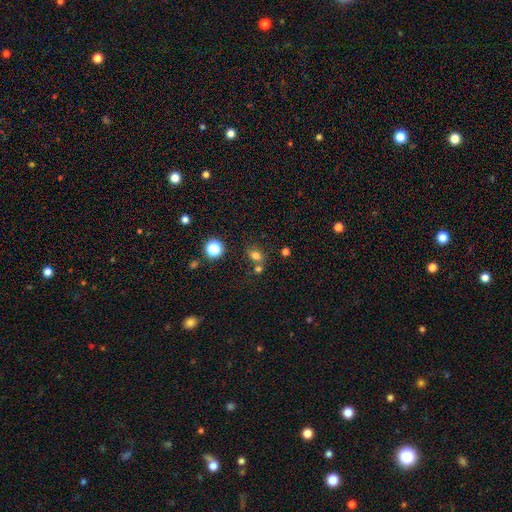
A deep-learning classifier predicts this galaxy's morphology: smooth_or_featured: smooth (p=0.75) [alt: star or artifact p=0.18]
how_rounded: in between (p=0.54) [alt: round p=0.45]
merging: none (p=0.58) [alt: merger p=0.25]